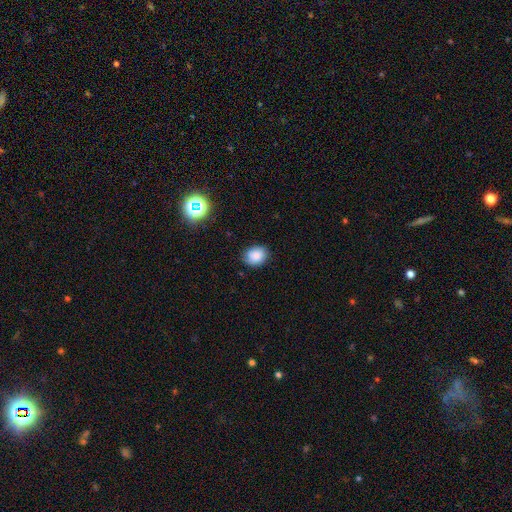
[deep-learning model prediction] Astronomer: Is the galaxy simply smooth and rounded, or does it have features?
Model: smooth — 82%.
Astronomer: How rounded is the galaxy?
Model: round — 54% (runner-up: in between, 45%).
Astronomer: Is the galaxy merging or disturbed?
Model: none — 82%.